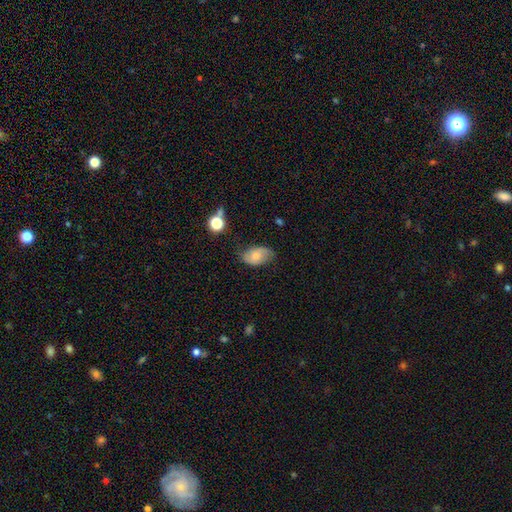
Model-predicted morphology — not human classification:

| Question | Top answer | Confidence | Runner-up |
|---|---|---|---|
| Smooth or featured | smooth | 64% | featured or disk (28%) |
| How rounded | in between | 90% | round (9%) |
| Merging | none | 67% | minor disturbance (25%) |